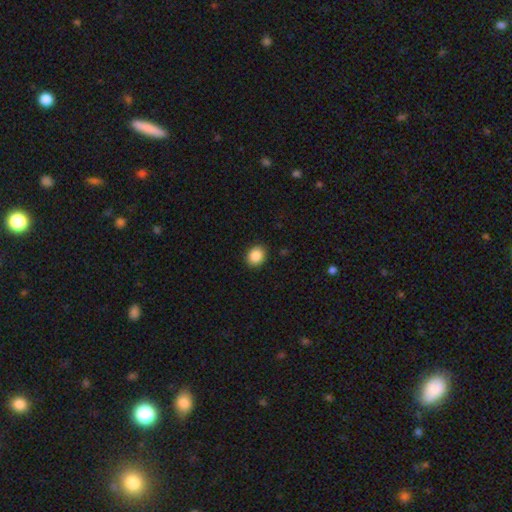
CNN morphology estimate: smooth 88%, star or artifact 8%, featured or disk 4%. Down the decision tree: how rounded — round (63%); merging — none (90%).